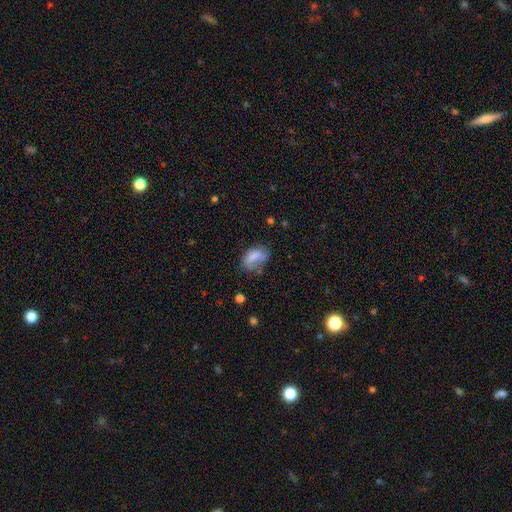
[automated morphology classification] A smooth galaxy with no disk features (69%) that is in between round and cigar-shaped (85%).

Vote fractions:
- Smooth or featured? smooth: 69% / featured or disk: 21% / star or artifact: 10%
- How rounded? in between: 85% / round: 11% / cigar-shaped: 4%
- Merging? none: 49% / minor disturbance: 30% / major disturbance: 15% / merger: 6%